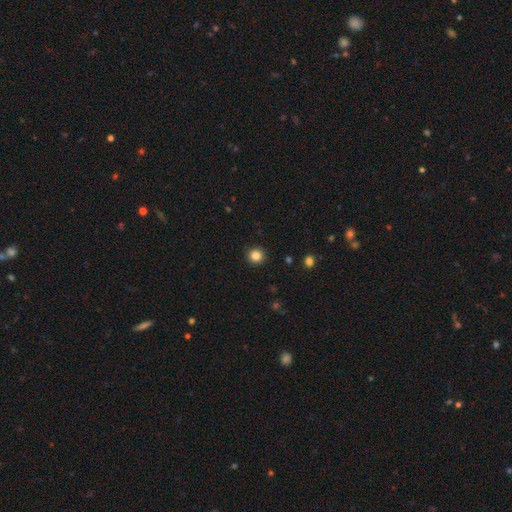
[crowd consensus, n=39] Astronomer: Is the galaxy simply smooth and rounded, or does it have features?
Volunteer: smooth — 82%.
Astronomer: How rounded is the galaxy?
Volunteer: round — 97%.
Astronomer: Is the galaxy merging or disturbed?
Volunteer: none — 95%.